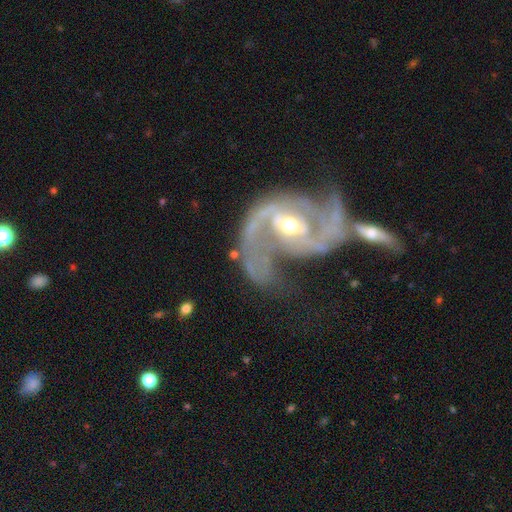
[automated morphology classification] Smooth or featured? Predicted: featured or disk (p=0.91). Edge-on disk? Predicted: no (p=0.97). Bar? Predicted: weak (p=0.39). Spiral arms? Predicted: yes (p=0.97). Spiral winding? Predicted: medium (p=0.49). Spiral arm count? Predicted: 2 (p=0.81). Bulge size? Predicted: moderate (p=0.56). Merging? Predicted: none (p=0.33).